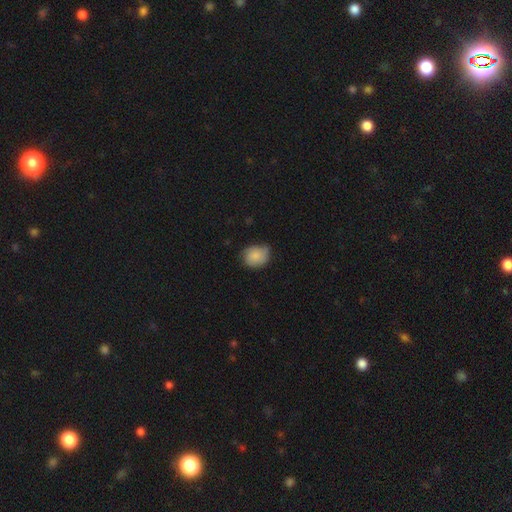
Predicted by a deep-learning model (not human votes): Smooth or featured?
  - smooth: 82% *
  - featured or disk: 10%
  - star or artifact: 7%
How rounded?
  - round: 57% *
  - in between: 42%
  - cigar-shaped: 1%
Merging?
  - none: 62% *
  - minor disturbance: 32%
  - major disturbance: 5%
  - merger: 1%